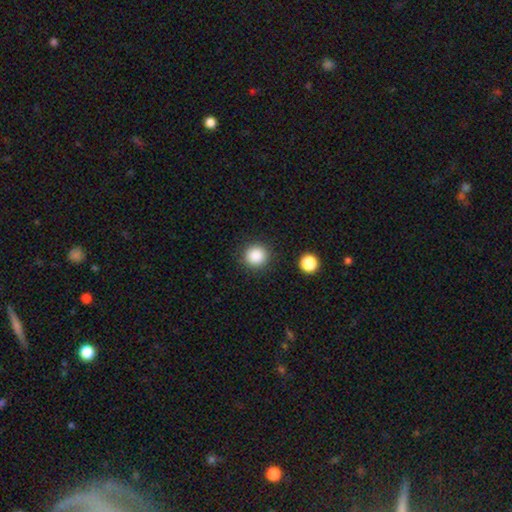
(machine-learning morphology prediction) Smooth or featured? Predicted: smooth (p=0.87). How rounded? Predicted: round (p=0.94). Merging? Predicted: none (p=0.90).